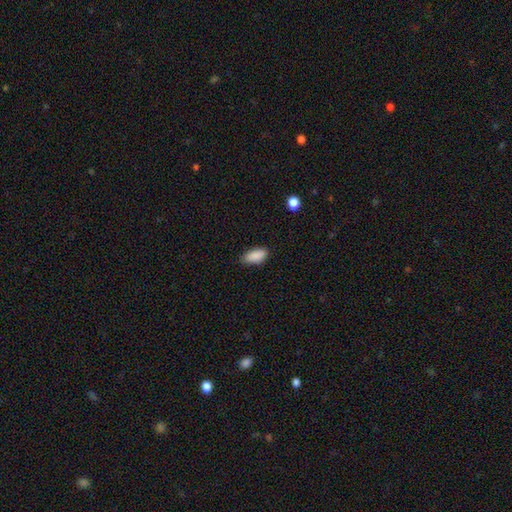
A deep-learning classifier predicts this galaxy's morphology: type=smooth (89%); roundness=in between (89%); merging=none (78%).